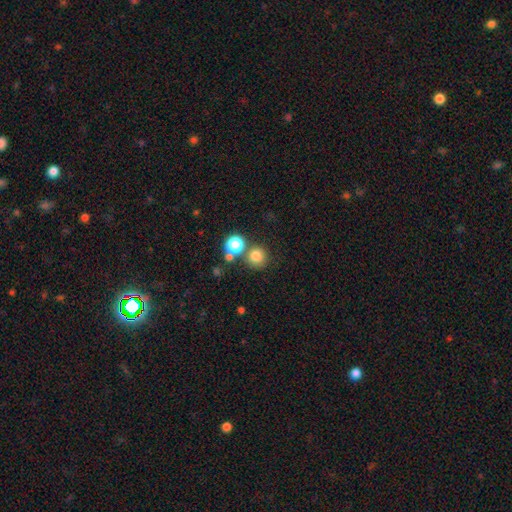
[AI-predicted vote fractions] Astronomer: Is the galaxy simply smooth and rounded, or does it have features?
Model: smooth — 78%.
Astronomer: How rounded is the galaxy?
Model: round — 91%.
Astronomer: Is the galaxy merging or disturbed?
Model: none — 68%.